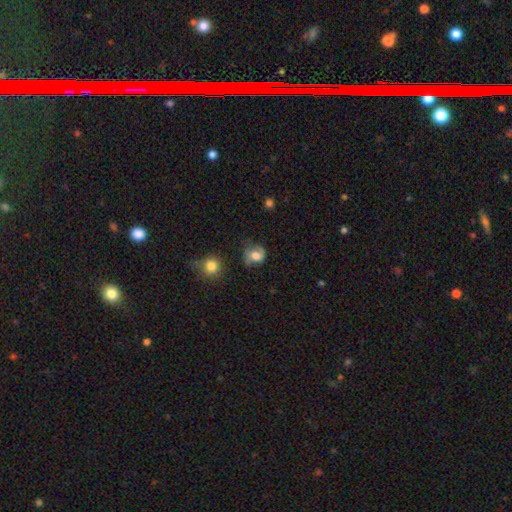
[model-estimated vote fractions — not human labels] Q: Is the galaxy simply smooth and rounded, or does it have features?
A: smooth — 56%.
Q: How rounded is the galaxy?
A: round — 69%.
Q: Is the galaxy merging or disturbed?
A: none — 57%.